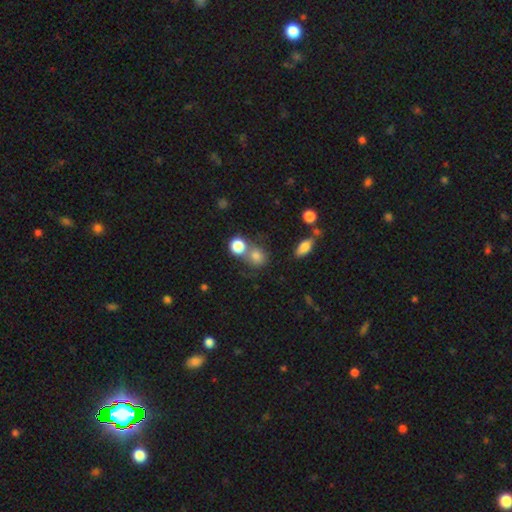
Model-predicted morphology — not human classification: Overall: smooth (78%). How rounded: round (76%). Merging: none (52%; merger 33%).